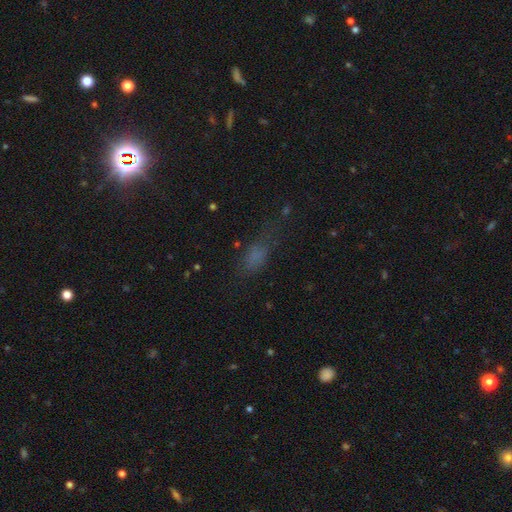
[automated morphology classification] Smooth or featured? smooth (63%)
How rounded? in between (66%)
Merging? none (52%)